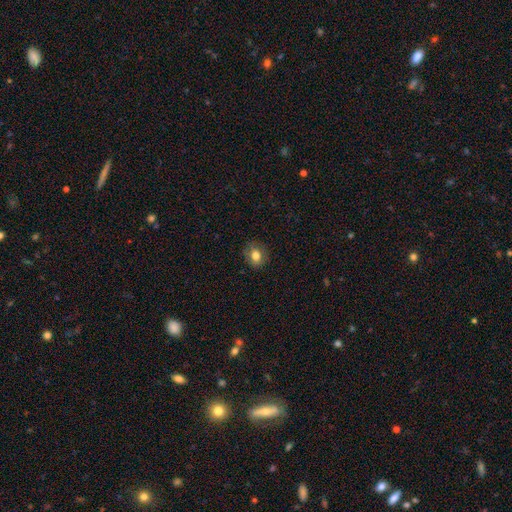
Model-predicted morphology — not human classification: Overall: smooth (76%). How rounded: round (65%; in between 34%). Merging: none (84%).